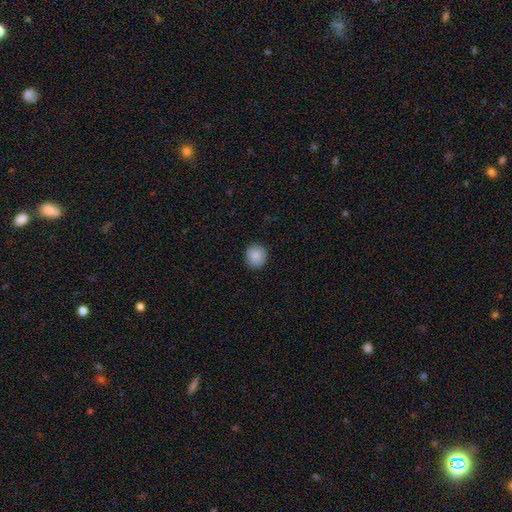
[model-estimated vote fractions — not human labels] The model was most divided on "how rounded": round: 86%, in between: 13%, cigar-shaped: 1%. More confident: merging — none (90%); smooth or featured — smooth (88%).